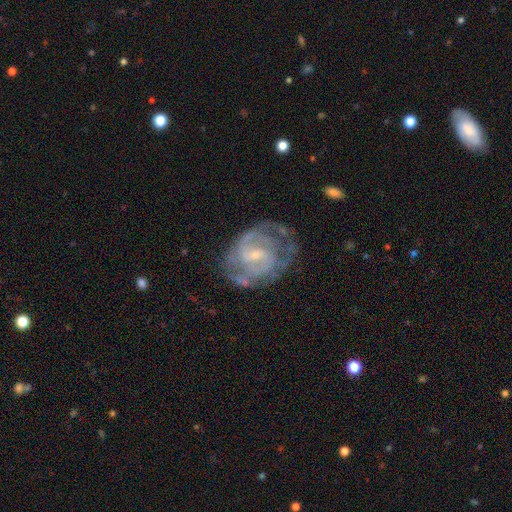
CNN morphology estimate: Overall: featured or disk (85%). Edge-on disk: no (98%). Bar: weak (56%; no 30%). Spiral arms: yes (91%). Spiral arm count: 2 (56%; can't tell 23%). Spiral winding: tight (45%; medium 44%). Bulge size: small (64%; moderate 27%). Merging: none (60%; minor disturbance 23%).